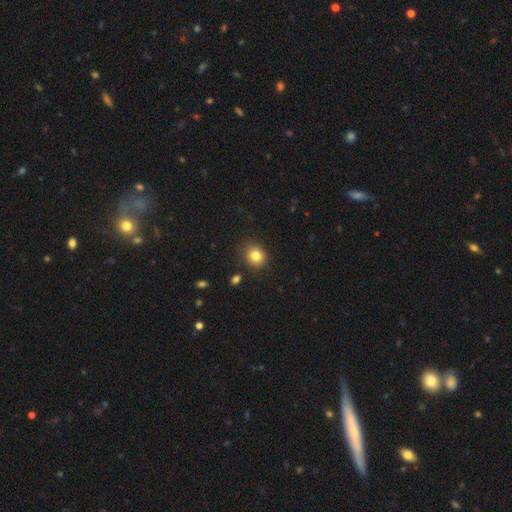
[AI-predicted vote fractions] This appears to be a smooth galaxy with no disk features (82%) that is round (74%). Merging: none (86%).